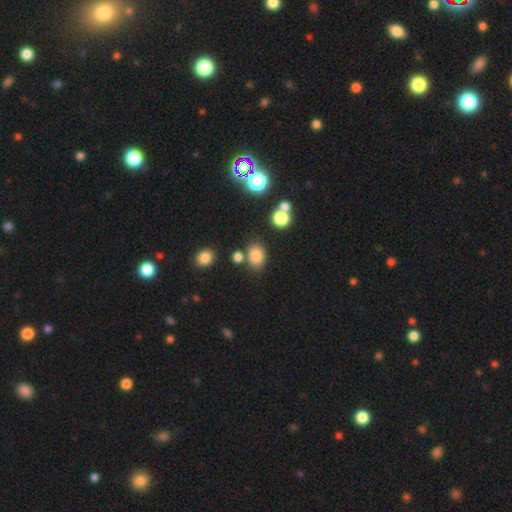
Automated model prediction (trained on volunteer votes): Overall: smooth (79%). How rounded: in between (65%; round 33%). Merging: none (73%).